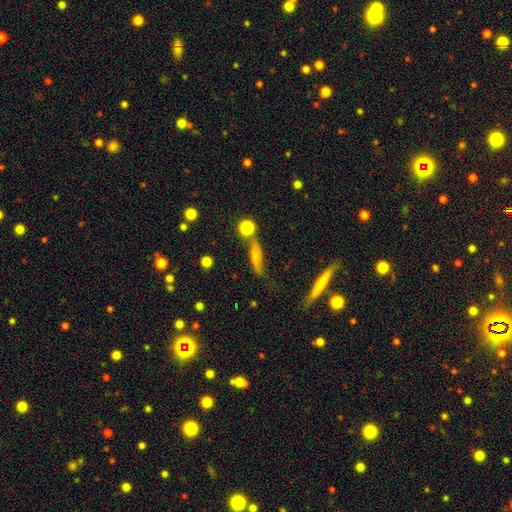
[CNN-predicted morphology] smooth-or-featured: smooth: 45% | featured or disk: 43% | star or artifact: 12%
  merging: none: 64% | minor disturbance: 16% | merger: 13% | major disturbance: 6%